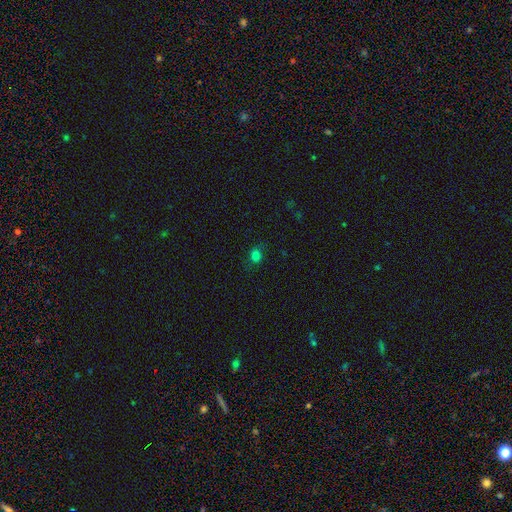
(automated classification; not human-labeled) This is likely a smooth galaxy (77%). How rounded: possibly round (58%). Merging: likely none (78%).